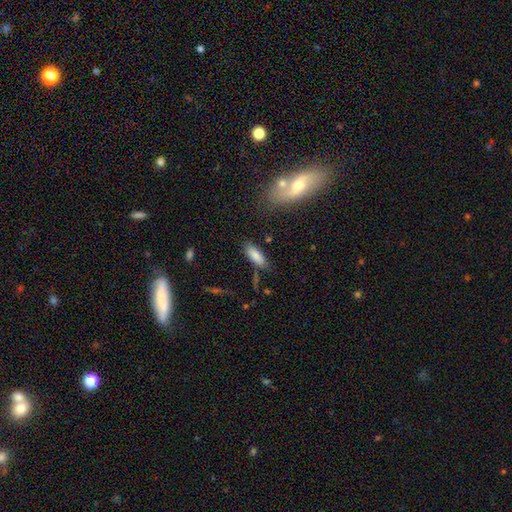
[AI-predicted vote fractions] Morphology: type=smooth (83%); roundness=in between (70%); merging=none (75%).